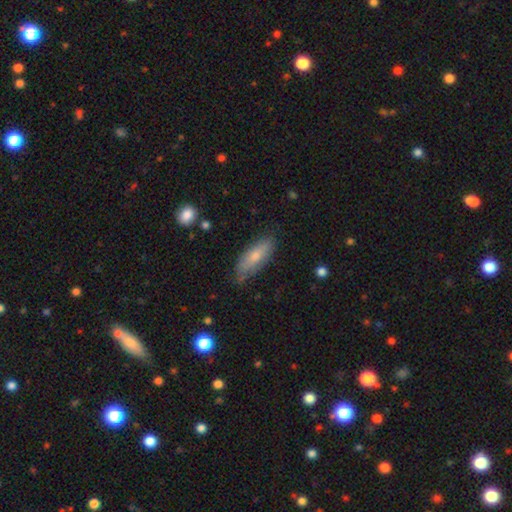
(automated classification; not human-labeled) Q: Smooth or featured?
A: smooth (67%); runner-up: featured or disk (26%)
Q: How rounded?
A: in between (60%); runner-up: cigar-shaped (38%)
Q: Merging?
A: none (73%); runner-up: minor disturbance (22%)